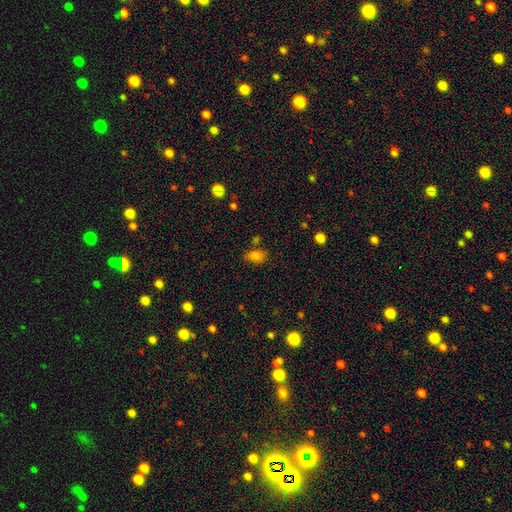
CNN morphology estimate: smooth_or_featured: smooth (p=0.80) [alt: star or artifact p=0.14]
how_rounded: in between (p=0.84) [alt: round p=0.14]
merging: none (p=0.70) [alt: minor disturbance p=0.18]